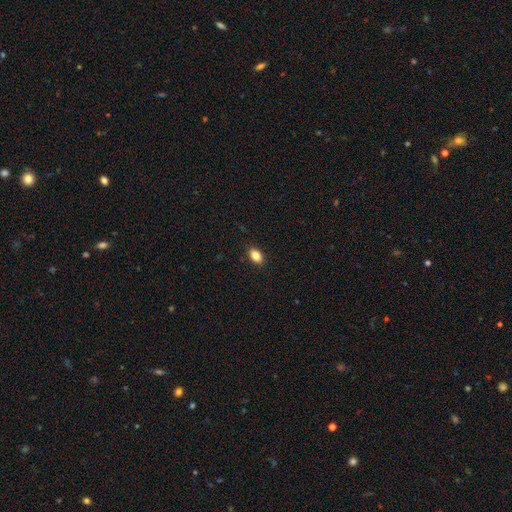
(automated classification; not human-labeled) Overall: smooth (85%). How rounded: in between (82%). Merging: none (88%).